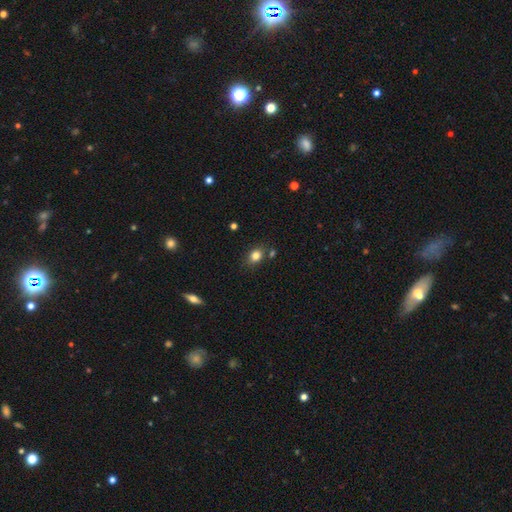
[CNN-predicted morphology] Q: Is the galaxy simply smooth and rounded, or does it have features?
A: smooth — 81%.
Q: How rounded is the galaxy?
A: in between — 56%.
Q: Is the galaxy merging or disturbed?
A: none — 76%.